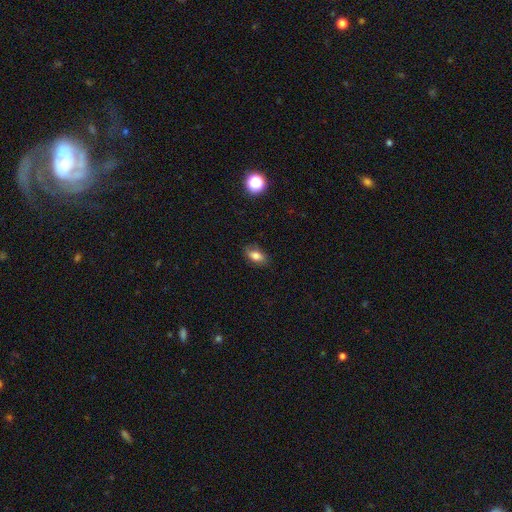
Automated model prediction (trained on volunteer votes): Morphology: type=smooth (77%); roundness=in between (88%); merging=none (77%).